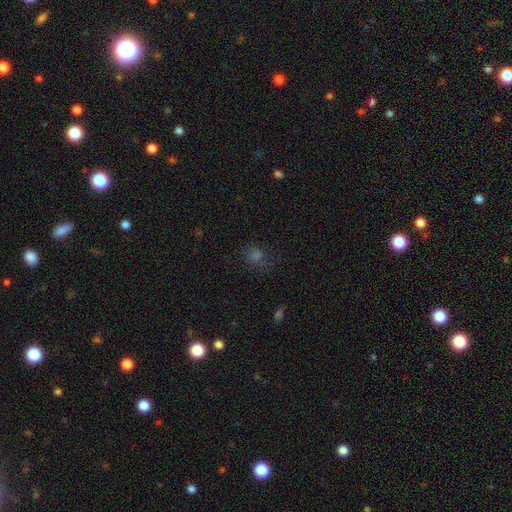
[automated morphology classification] Smooth or featured?
  - smooth: 58% *
  - star or artifact: 30%
  - featured or disk: 12%
How rounded?
  - round: 74% *
  - in between: 25%
  - cigar-shaped: 2%
Merging?
  - none: 62% *
  - minor disturbance: 19%
  - major disturbance: 16%
  - merger: 2%